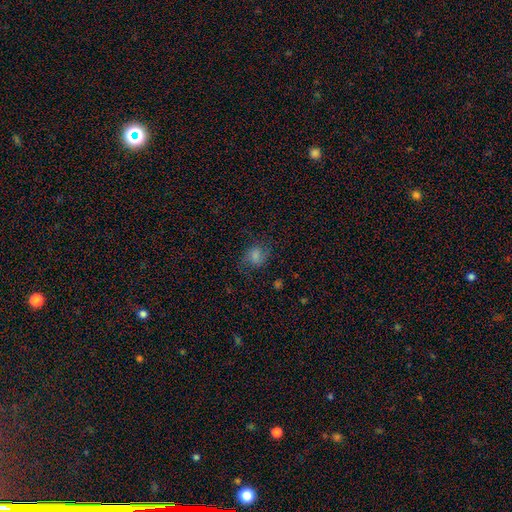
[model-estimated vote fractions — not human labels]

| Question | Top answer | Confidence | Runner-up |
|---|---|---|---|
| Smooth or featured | smooth | 64% | featured or disk (21%) |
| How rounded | round | 50% | in between (48%) |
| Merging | none | 63% | minor disturbance (22%) |